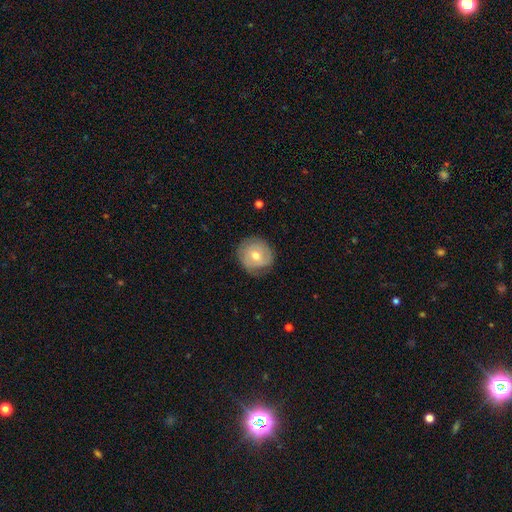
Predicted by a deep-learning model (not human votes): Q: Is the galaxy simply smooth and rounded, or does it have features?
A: featured or disk — 50%.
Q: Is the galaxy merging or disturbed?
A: none — 75%.